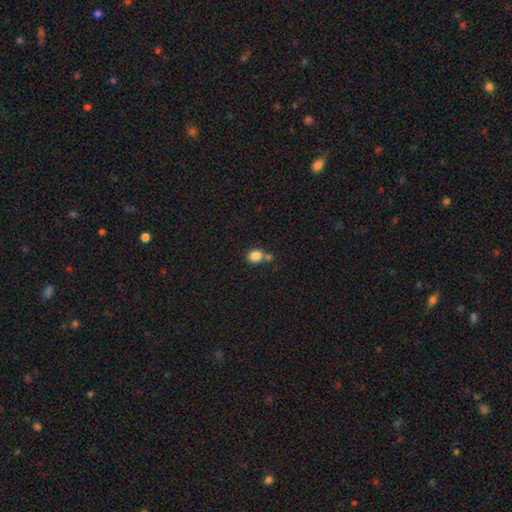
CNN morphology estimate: A smooth galaxy with no disk features (84%) that is round (65%). Merging: none (57%).